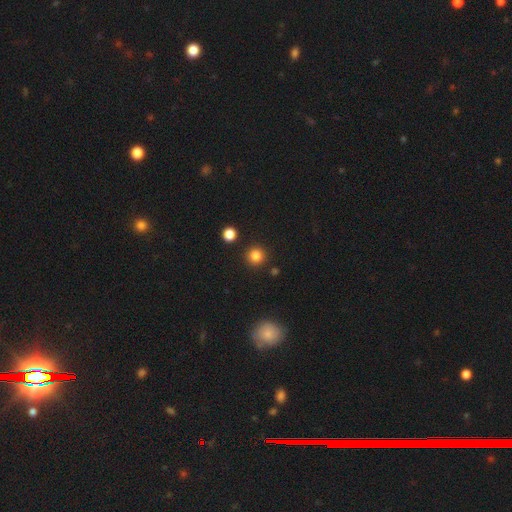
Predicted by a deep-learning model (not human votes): smooth-or-featured: smooth: 83% | star or artifact: 13% | featured or disk: 4%
  how-rounded: round: 92% | in between: 7% | cigar-shaped: 1%
  merging: none: 88% | minor disturbance: 6% | merger: 3% | major disturbance: 3%